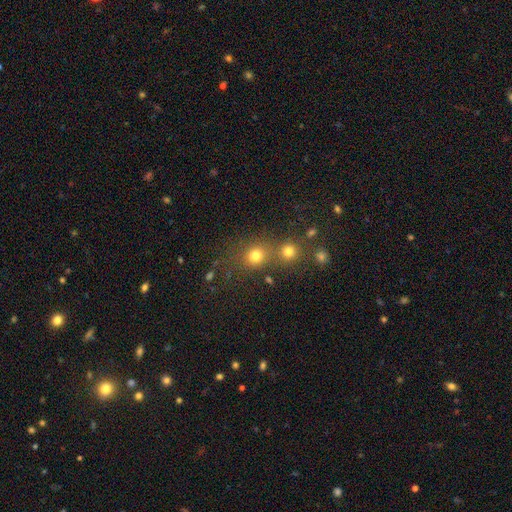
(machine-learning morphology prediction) type=smooth (76%); roundness=round (82%); merging=none (58%).